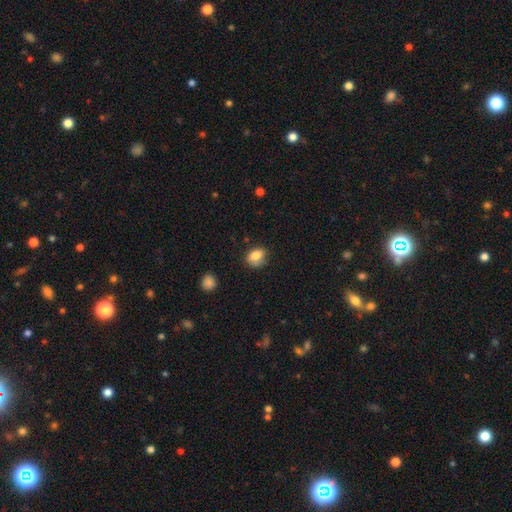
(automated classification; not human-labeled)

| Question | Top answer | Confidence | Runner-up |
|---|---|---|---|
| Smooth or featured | smooth | 82% | featured or disk (9%) |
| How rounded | in between | 65% | round (33%) |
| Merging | none | 65% | minor disturbance (27%) |